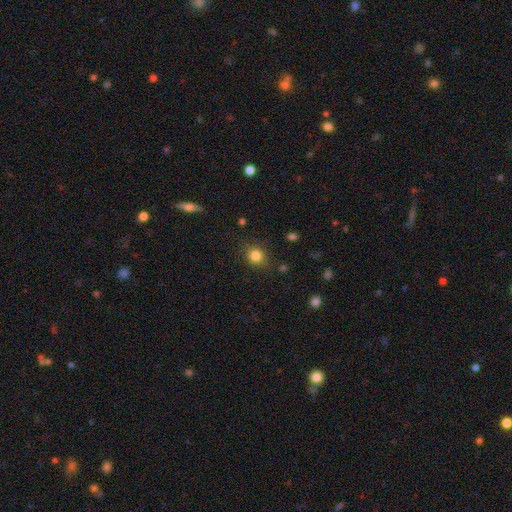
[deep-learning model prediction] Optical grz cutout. It shows a smooth galaxy with no disk features (83%) that is round (82%). Merging: none (85%).